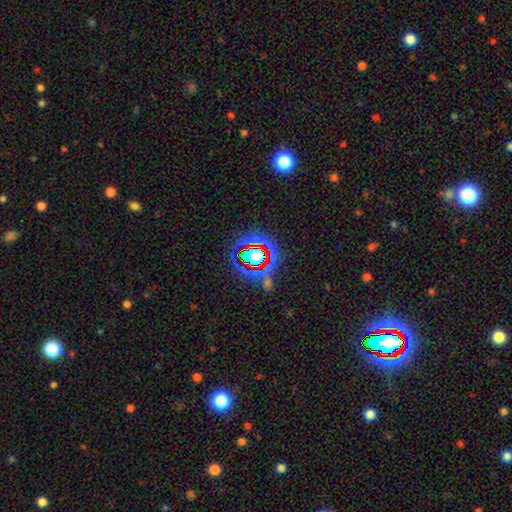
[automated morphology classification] type=star or artifact (66%).